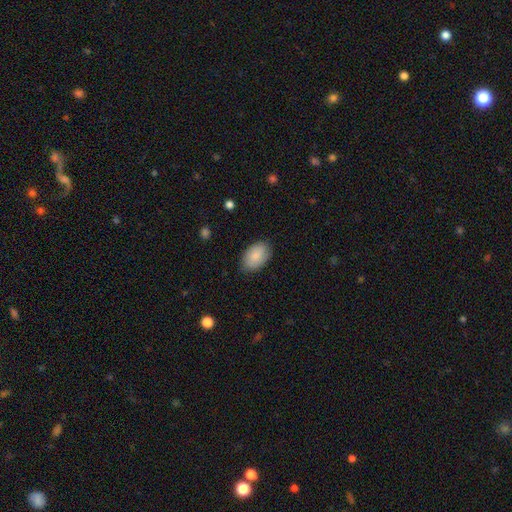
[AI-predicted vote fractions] A smooth galaxy with no disk features (87%) that is in between round and cigar-shaped (93%).

Vote fractions:
- Smooth or featured? smooth: 87% / featured or disk: 7% / star or artifact: 6%
- How rounded? in between: 93% / round: 6% / cigar-shaped: 1%
- Merging? none: 84% / minor disturbance: 12% / major disturbance: 3% / merger: 1%